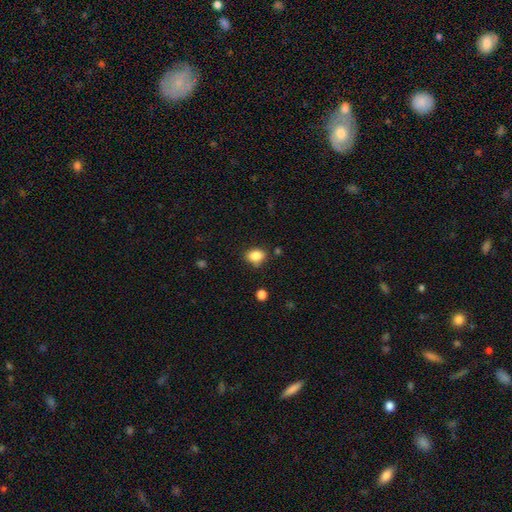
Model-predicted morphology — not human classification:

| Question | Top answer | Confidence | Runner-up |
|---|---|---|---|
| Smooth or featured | smooth | 85% | star or artifact (10%) |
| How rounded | in between | 67% | round (32%) |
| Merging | none | 76% | minor disturbance (17%) |